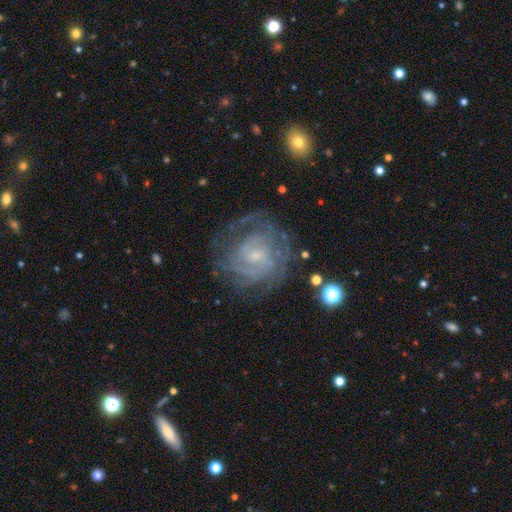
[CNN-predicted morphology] Smooth or featured: featured or disk — 80% (smooth — 11%)
Edge-on disk: no — 97% (yes — 3%)
Bar: weak — 46% (no — 45%)
Spiral arms: yes — 91% (no — 9%)
Spiral winding: tight — 62% (medium — 30%)
Spiral arm count: can't tell — 45% (2 — 18%)
Bulge size: small — 64% (moderate — 23%)
Merging: none — 69% (minor disturbance — 17%)